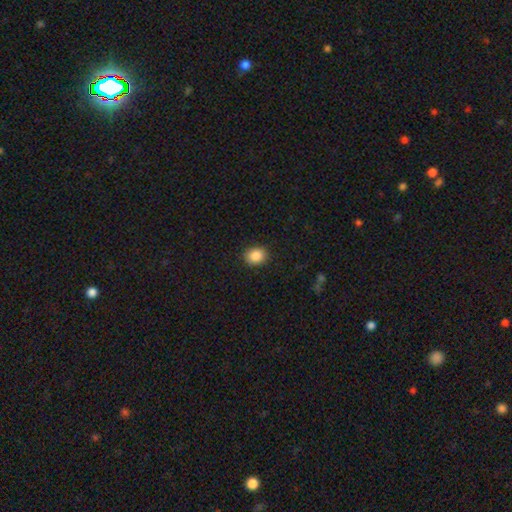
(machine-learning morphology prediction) smooth_or_featured: smooth (p=0.88) [alt: star or artifact p=0.09]
how_rounded: round (p=0.52) [alt: in between p=0.47]
merging: none (p=0.90) [alt: minor disturbance p=0.07]